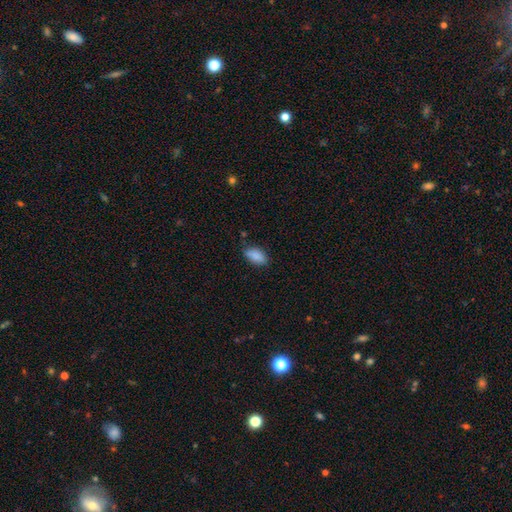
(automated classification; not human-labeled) smooth_or_featured: smooth (p=0.88) [alt: star or artifact p=0.08]
how_rounded: in between (p=0.91) [alt: cigar-shaped p=0.05]
merging: none (p=0.75) [alt: minor disturbance p=0.20]